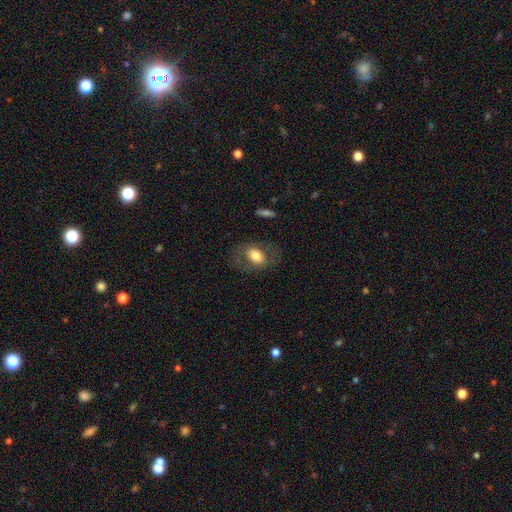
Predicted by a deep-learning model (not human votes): Smooth or featured? smooth (67%)
How rounded? in between (79%)
Merging? none (73%)